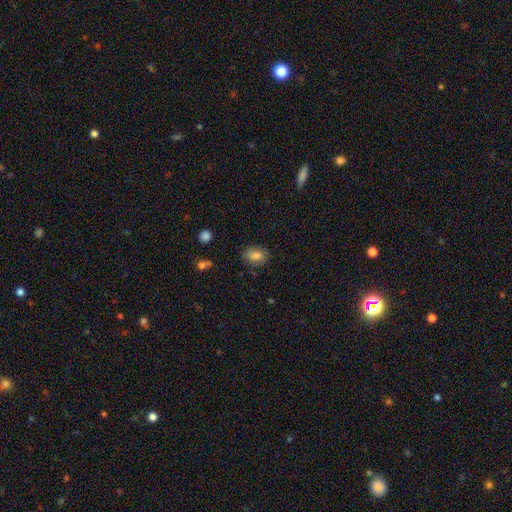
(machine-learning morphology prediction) A smooth galaxy with no disk features (79%) that is in between round and cigar-shaped (76%). Merging: none (76%).